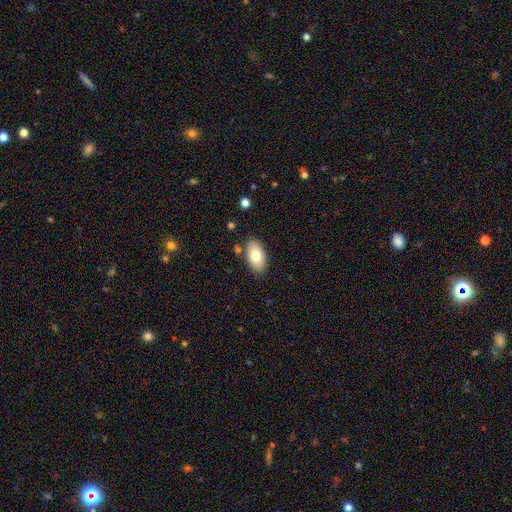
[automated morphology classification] smooth-or-featured: smooth: 77% | featured or disk: 16% | star or artifact: 7%
  how-rounded: in between: 94% | round: 4% | cigar-shaped: 2%
  merging: none: 84% | minor disturbance: 11% | merger: 3% | major disturbance: 2%